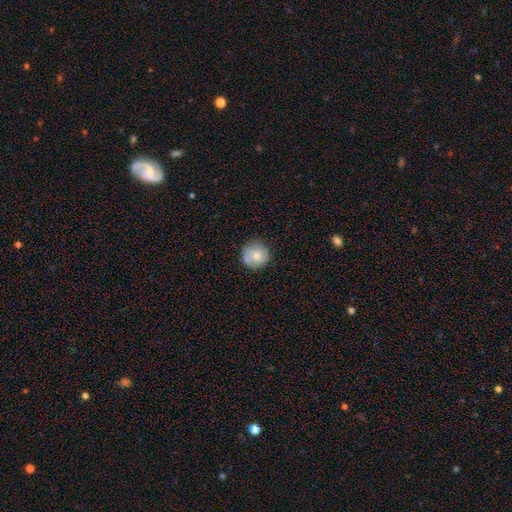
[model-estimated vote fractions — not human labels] Smooth or featured?
  - smooth: 72% *
  - featured or disk: 20%
  - star or artifact: 8%
How rounded?
  - round: 92% *
  - in between: 7%
  - cigar-shaped: 1%
Merging?
  - none: 70% *
  - minor disturbance: 18%
  - merger: 8%
  - major disturbance: 4%